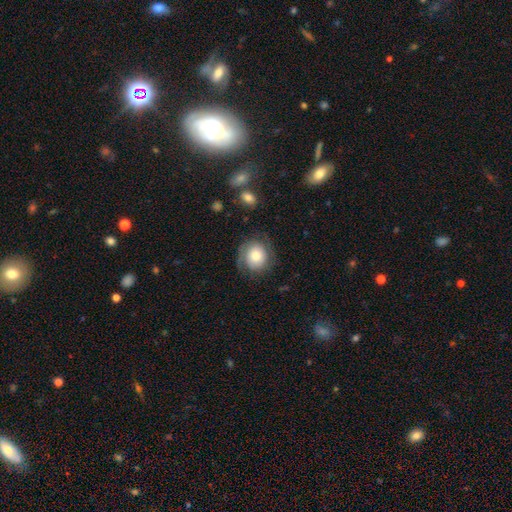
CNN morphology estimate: smooth 54%, featured or disk 38%, star or artifact 8%. Down the decision tree: how rounded — round (83%); merging — none (71%).